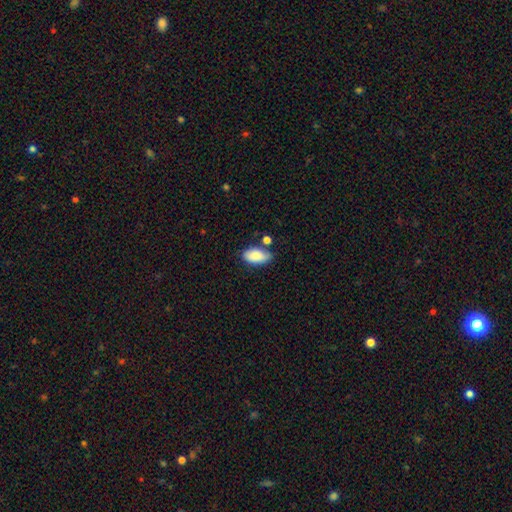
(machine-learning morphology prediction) Smooth or featured: smooth — 85% (featured or disk — 8%)
How rounded: in between — 93% (cigar-shaped — 4%)
Merging: none — 60% (minor disturbance — 24%)